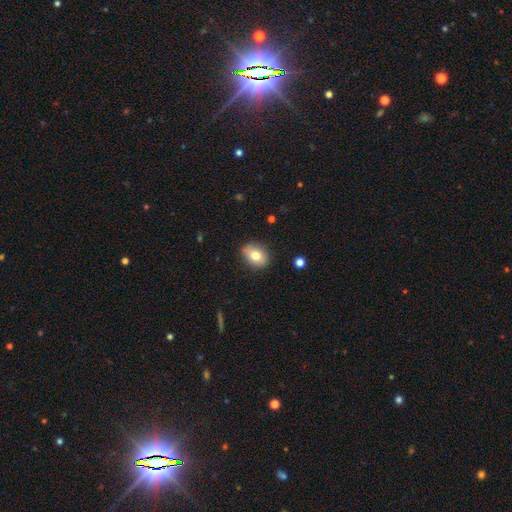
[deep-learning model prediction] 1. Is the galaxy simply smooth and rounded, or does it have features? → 77% smooth, 15% featured or disk, 8% star or artifact.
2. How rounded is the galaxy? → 67% in between, 31% round, 1% cigar-shaped.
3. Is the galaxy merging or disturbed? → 83% none, 13% minor disturbance, 3% major disturbance, 1% merger.